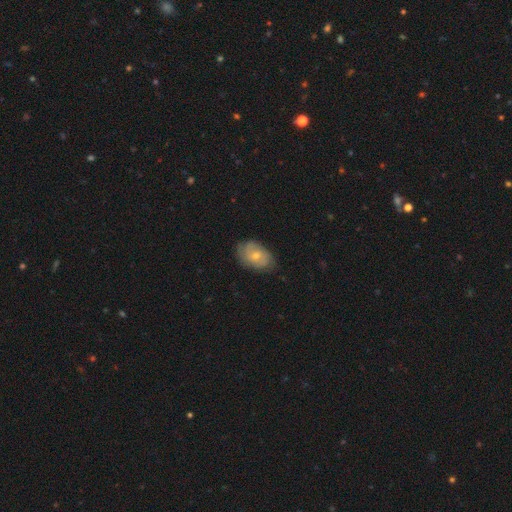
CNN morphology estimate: This appears to be a smooth galaxy with no disk features (58%) that is in between round and cigar-shaped (84%). Merging: none (70%).